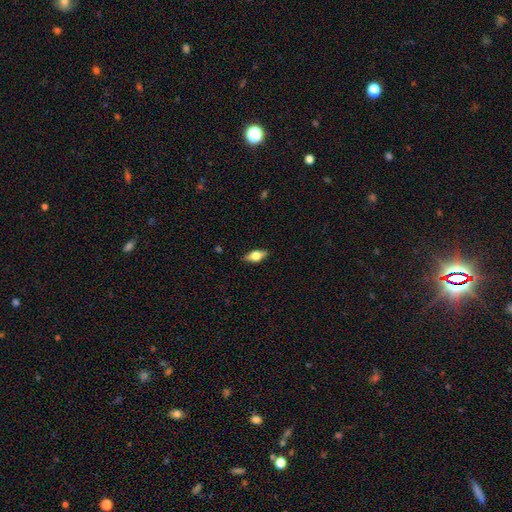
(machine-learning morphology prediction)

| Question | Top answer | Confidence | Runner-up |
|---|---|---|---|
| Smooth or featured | smooth | 54% | featured or disk (38%) |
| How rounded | in between | 77% | cigar-shaped (18%) |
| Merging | none | 87% | minor disturbance (10%) |